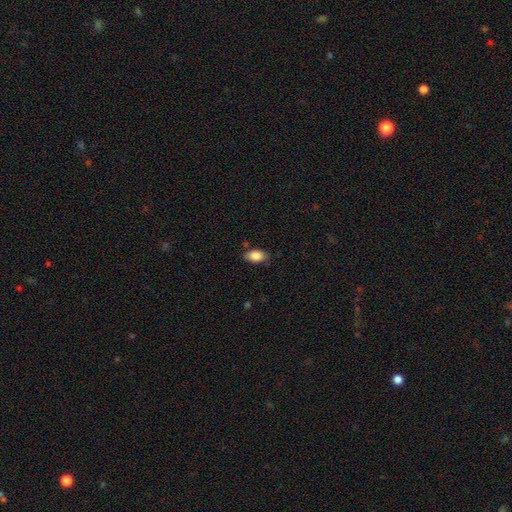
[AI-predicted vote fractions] Overall: smooth (85%). How rounded: in between (88%). Merging: none (78%).